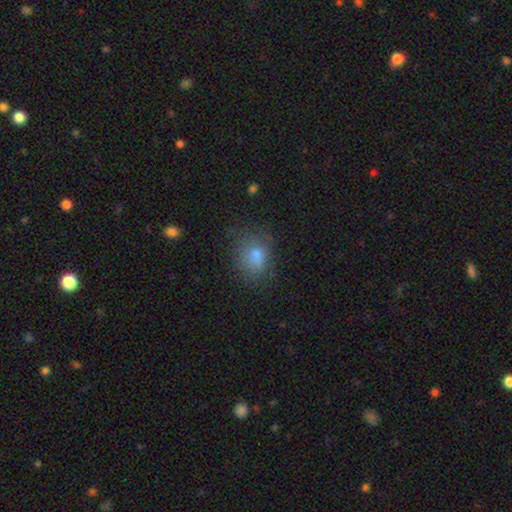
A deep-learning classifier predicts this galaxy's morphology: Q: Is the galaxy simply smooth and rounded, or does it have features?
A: smooth — 75%.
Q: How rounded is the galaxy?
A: round — 51%.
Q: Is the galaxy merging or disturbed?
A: none — 67%.